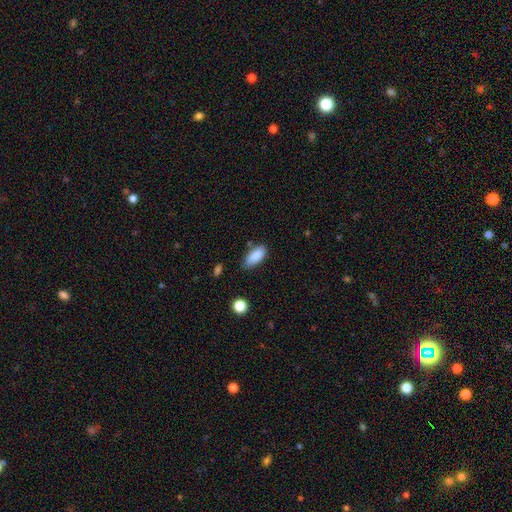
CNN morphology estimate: This is clearly a smooth galaxy (88%). How rounded: clearly in between (88%). Merging: likely none (73%).